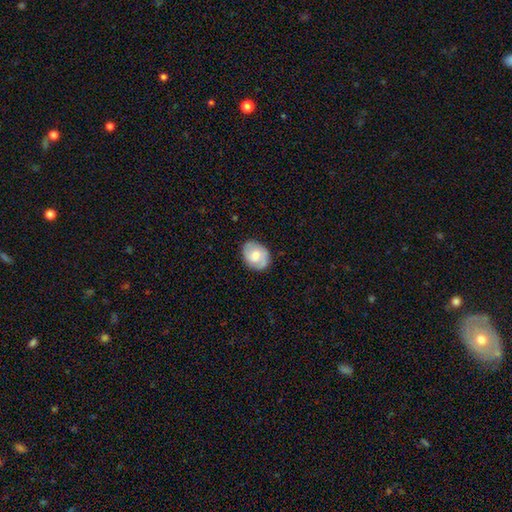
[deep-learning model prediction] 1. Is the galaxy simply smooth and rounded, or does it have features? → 53% smooth, 40% featured or disk, 7% star or artifact.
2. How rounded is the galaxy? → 59% in between, 40% round, 1% cigar-shaped.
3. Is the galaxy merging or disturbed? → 80% none, 15% minor disturbance, 4% major disturbance, 1% merger.